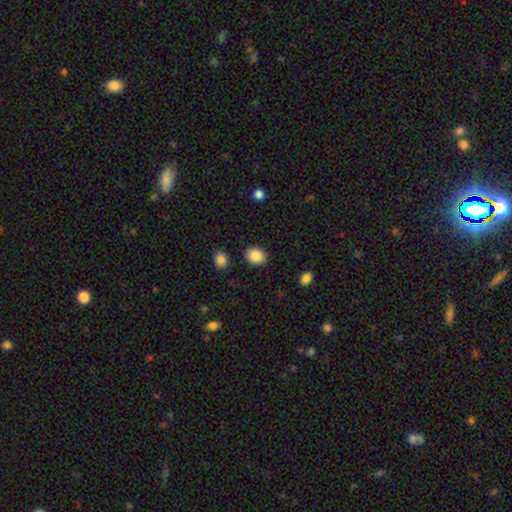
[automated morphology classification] smooth 86%, star or artifact 8%, featured or disk 5%. Down the decision tree: how rounded — round (53%); merging — none (88%).